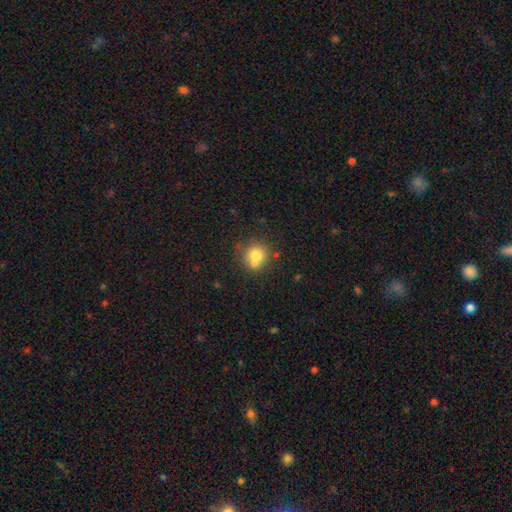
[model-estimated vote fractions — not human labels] Morphology: type=smooth (74%); roundness=round (85%); merging=none (52%).